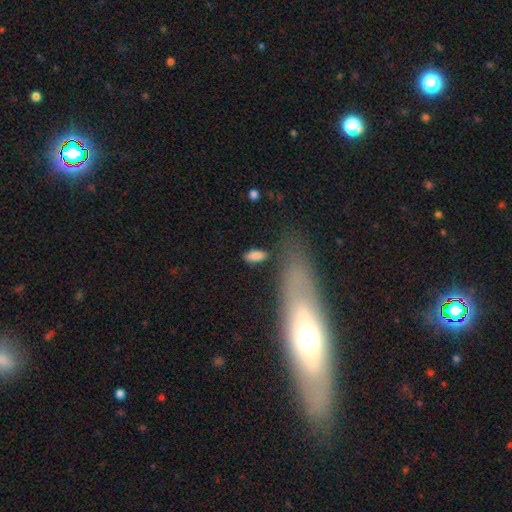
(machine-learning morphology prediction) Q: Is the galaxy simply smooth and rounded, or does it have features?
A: smooth — 85%.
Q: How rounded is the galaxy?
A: in between — 86%.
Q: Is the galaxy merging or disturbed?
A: none — 76%.